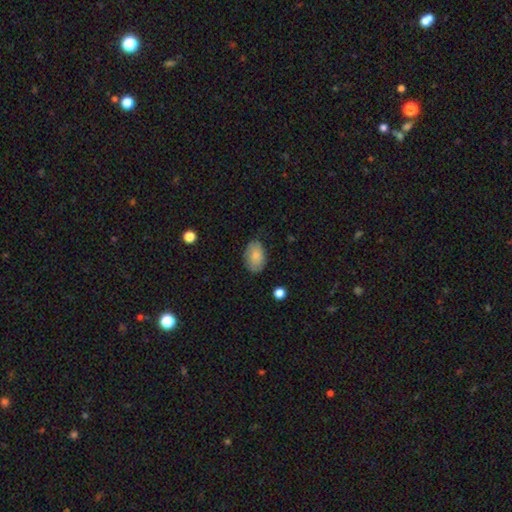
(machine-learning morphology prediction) A smooth galaxy with no disk features (78%) that is in between round and cigar-shaped (89%).

Vote fractions:
- Smooth or featured? smooth: 78% / featured or disk: 15% / star or artifact: 7%
- How rounded? in between: 89% / round: 10% / cigar-shaped: 1%
- Merging? none: 74% / minor disturbance: 20% / major disturbance: 4% / merger: 1%